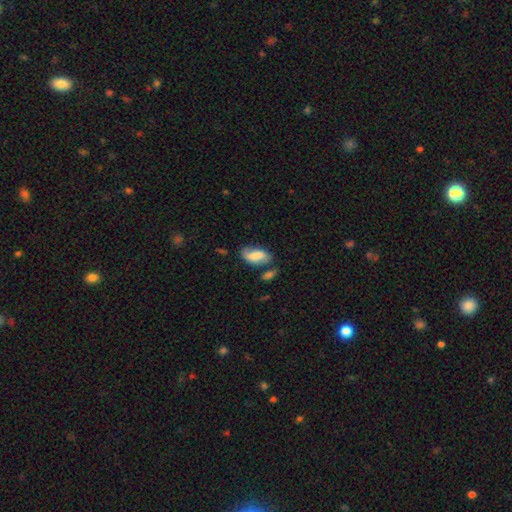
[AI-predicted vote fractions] This appears to be a smooth galaxy with no disk features (55%) that is in between round and cigar-shaped (90%). Merging: none (61%).